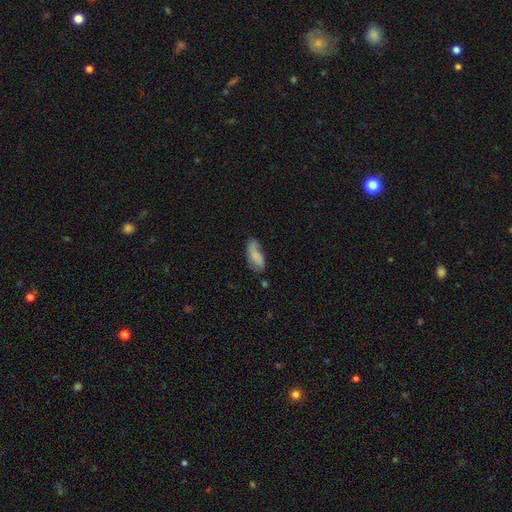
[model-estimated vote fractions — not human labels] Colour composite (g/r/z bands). It shows a smooth galaxy with no disk features (70%) that is in between round and cigar-shaped (81%). Merging: none (56%).